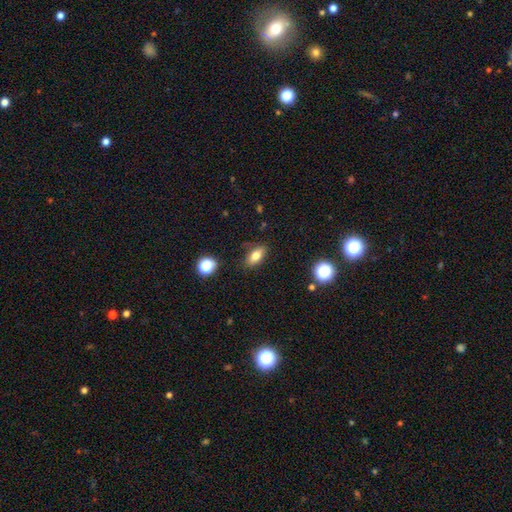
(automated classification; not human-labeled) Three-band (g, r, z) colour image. It shows a smooth galaxy with no disk features (77%) that is in between round and cigar-shaped (84%). Merging: none (82%).